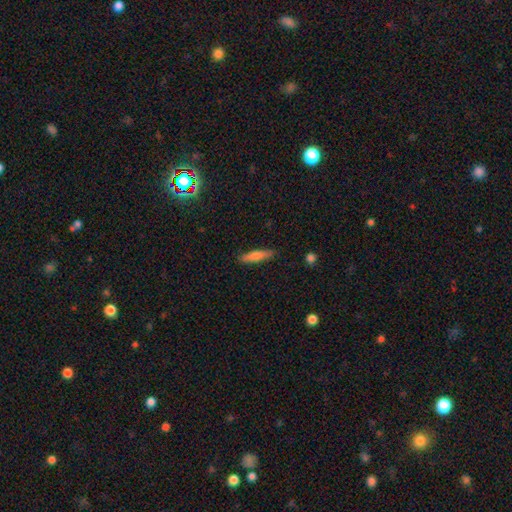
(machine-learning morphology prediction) This is likely a smooth galaxy (64%). How rounded: clearly cigar-shaped (82%). Merging: clearly none (88%).